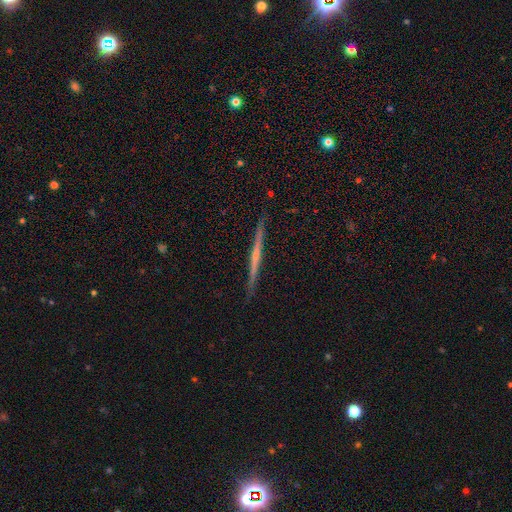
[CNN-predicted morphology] Smooth or featured? Predicted: featured or disk (p=0.79). Edge-on disk? Predicted: yes (p=0.98). Edge-on bulge? Predicted: rounded (p=0.63). Merging? Predicted: none (p=0.91).